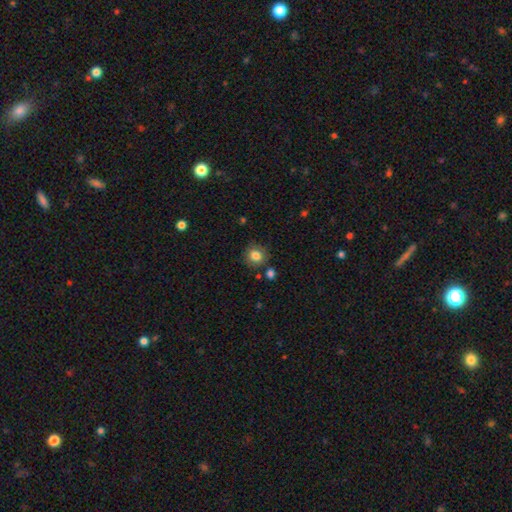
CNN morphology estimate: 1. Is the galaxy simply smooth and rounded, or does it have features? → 82% smooth, 10% star or artifact, 8% featured or disk.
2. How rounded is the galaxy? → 88% round, 12% in between, 1% cigar-shaped.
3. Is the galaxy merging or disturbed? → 82% none, 11% minor disturbance, 4% merger, 3% major disturbance.